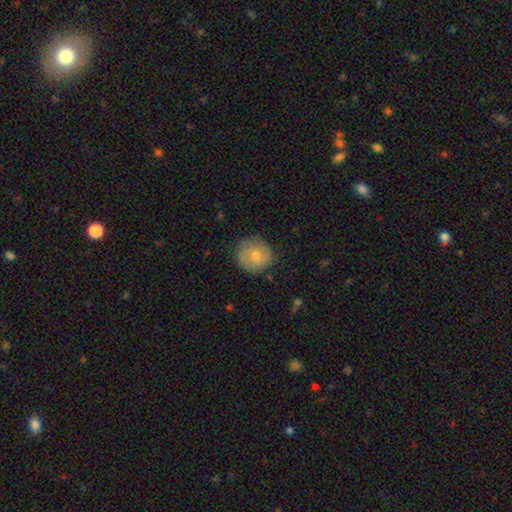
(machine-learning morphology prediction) Smooth or featured: smooth — 65% (featured or disk — 27%)
How rounded: round — 89% (in between — 10%)
Merging: none — 81% (minor disturbance — 15%)